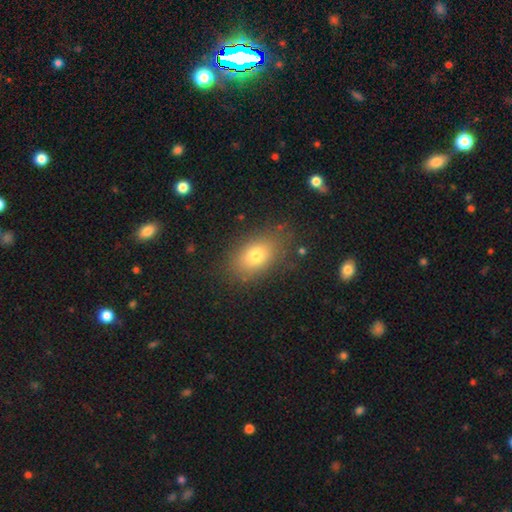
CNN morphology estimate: Smooth or featured: smooth — 75% (featured or disk — 13%)
How rounded: in between — 81% (round — 17%)
Merging: none — 80% (minor disturbance — 13%)